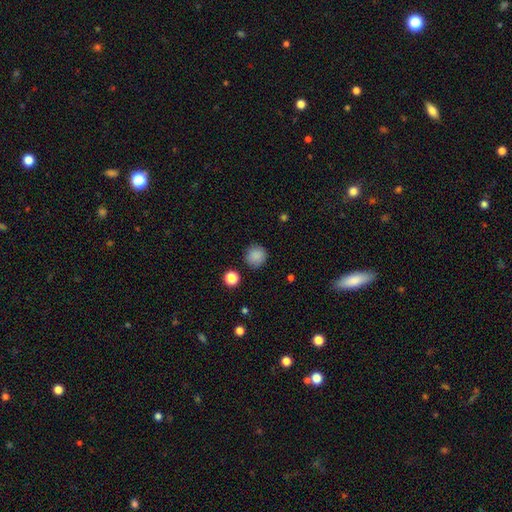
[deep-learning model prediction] A smooth galaxy with no disk features (87%) that is round (93%). Merging: none (88%).